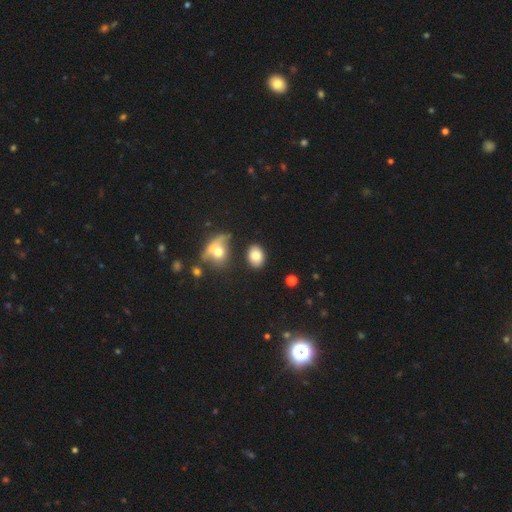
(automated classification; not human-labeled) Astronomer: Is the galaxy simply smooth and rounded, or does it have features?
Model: smooth — 80%.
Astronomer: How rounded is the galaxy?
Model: in between — 73%.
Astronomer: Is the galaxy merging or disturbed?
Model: none — 78%.